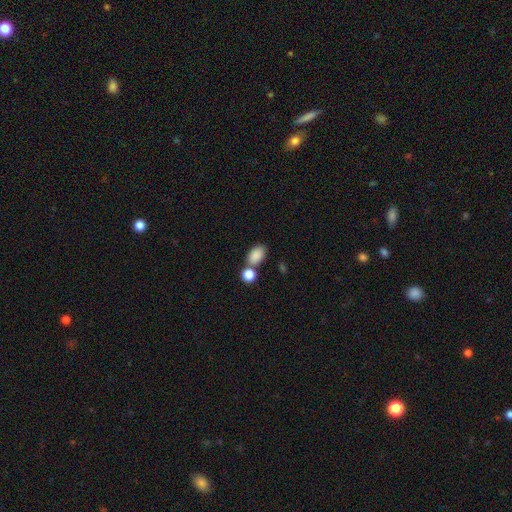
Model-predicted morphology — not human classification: Smooth or featured? Predicted: smooth (p=0.86). How rounded? Predicted: in between (p=0.86). Merging? Predicted: none (p=0.59).